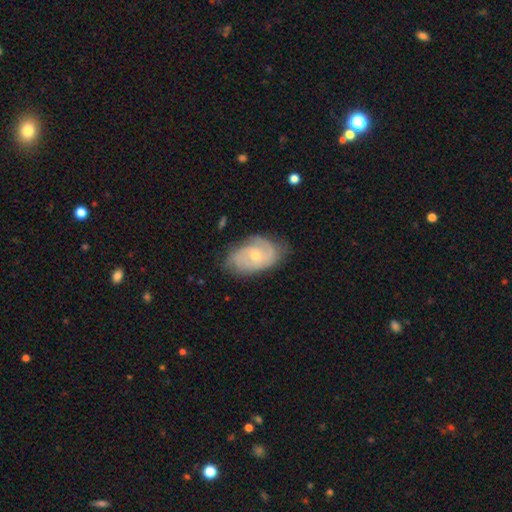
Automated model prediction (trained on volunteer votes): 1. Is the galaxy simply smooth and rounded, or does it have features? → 76% featured or disk, 18% smooth, 6% star or artifact.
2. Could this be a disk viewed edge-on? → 96% no, 4% yes.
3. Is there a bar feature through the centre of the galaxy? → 69% no, 27% weak, 4% strong.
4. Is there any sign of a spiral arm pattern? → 92% yes, 8% no.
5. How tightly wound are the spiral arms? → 53% tight, 36% medium, 11% loose.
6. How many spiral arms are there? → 38% 2, 27% can't tell, 21% 3, 5% 1, 5% 4, 3% more than 4.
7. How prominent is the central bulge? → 57% small, 39% moderate, 1% none, 1% large, 1% dominant.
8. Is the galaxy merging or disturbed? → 68% none, 23% minor disturbance, 7% major disturbance, 1% merger.